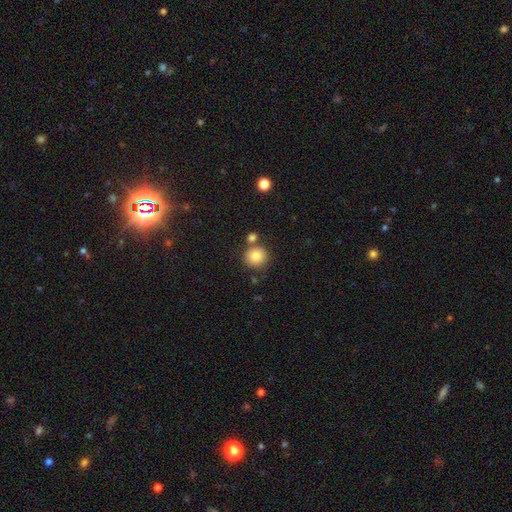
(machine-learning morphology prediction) A smooth galaxy with no disk features (81%) that is round (91%).

Vote fractions:
- Smooth or featured? smooth: 81% / star or artifact: 10% / featured or disk: 9%
- How rounded? round: 91% / in between: 8% / cigar-shaped: 1%
- Merging? none: 72% / merger: 16% / minor disturbance: 9% / major disturbance: 3%